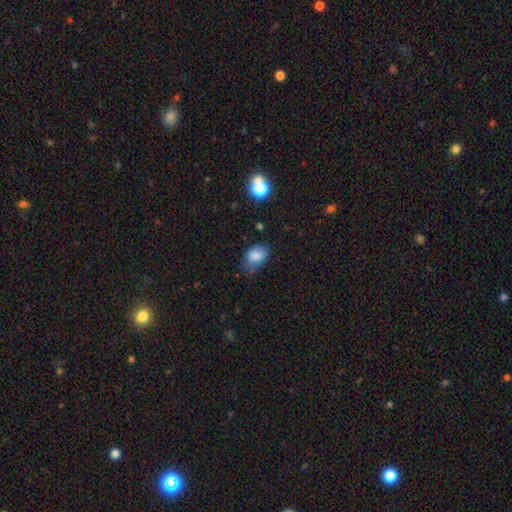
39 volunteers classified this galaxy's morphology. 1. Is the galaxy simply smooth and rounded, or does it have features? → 77% smooth, 15% featured or disk, 8% star or artifact.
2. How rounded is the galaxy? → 83% in between, 17% round, 0% cigar-shaped.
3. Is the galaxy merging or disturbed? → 50% none, 28% minor disturbance, 22% major disturbance, 0% merger.